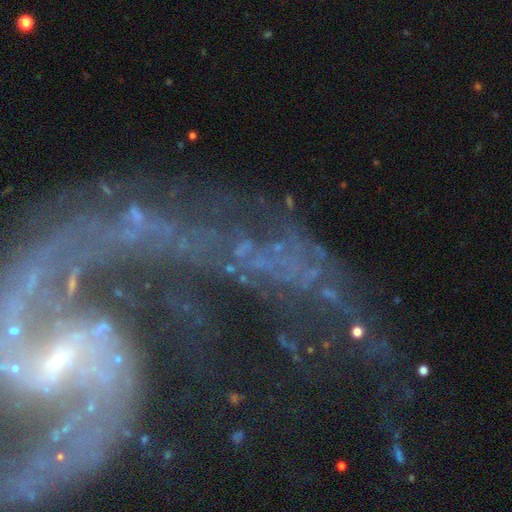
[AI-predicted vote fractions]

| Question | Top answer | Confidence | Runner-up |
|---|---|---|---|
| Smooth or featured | featured or disk | 84% | star or artifact (11%) |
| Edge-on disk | no | 96% | yes (4%) |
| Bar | weak | 42% | no (31%) |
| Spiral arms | yes | 90% | no (10%) |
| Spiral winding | loose | 54% | medium (32%) |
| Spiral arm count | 2 | 73% | can't tell (8%) |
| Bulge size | small | 65% | moderate (18%) |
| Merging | none | 43% | major disturbance (34%) |